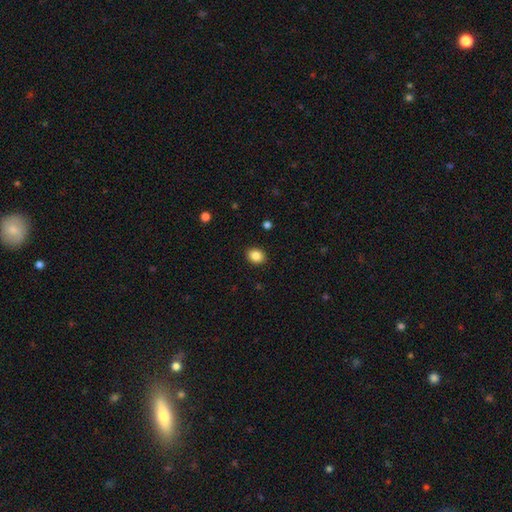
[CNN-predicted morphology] A smooth galaxy with no disk features (86%) that is round (52%).

Vote fractions:
- Smooth or featured? smooth: 86% / star or artifact: 9% / featured or disk: 5%
- How rounded? round: 52% / in between: 47% / cigar-shaped: 1%
- Merging? none: 90% / minor disturbance: 7% / major disturbance: 2% / merger: 1%